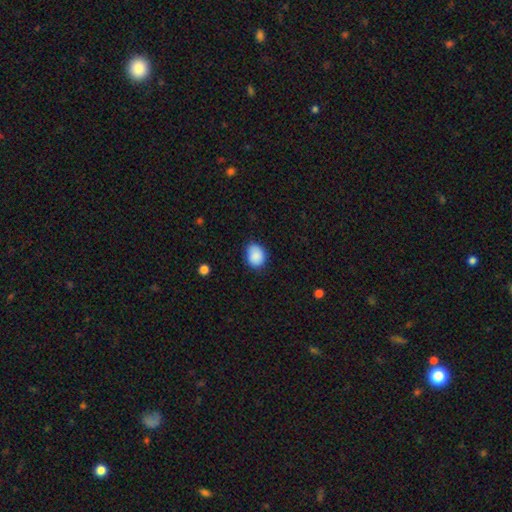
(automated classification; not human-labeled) This appears to be a smooth galaxy with no disk features (88%) that is in between round and cigar-shaped (52%). Merging: none (73%).